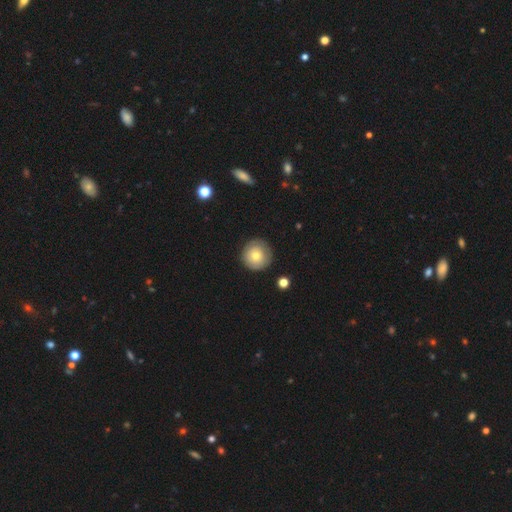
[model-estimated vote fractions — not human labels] This appears to be a smooth galaxy with no disk features (68%) that is round (95%). Merging: none (85%).